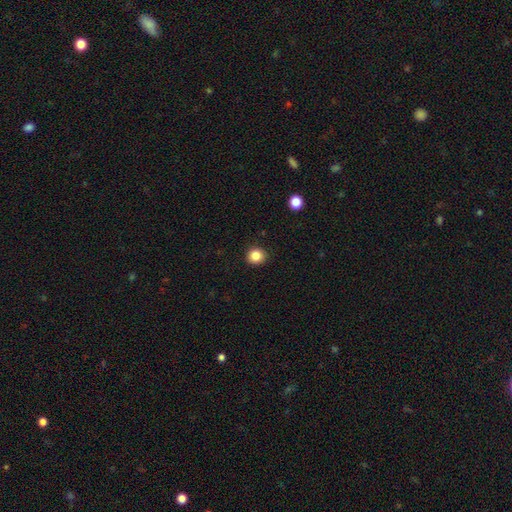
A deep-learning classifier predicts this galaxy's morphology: This is clearly a smooth galaxy (85%). How rounded: clearly round (90%). Merging: clearly none (92%).